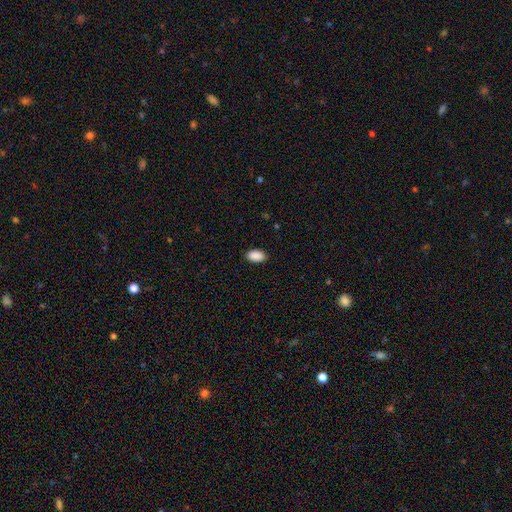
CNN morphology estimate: This appears to be a smooth galaxy with no disk features (90%) that is in between round and cigar-shaped (94%). Merging: none (89%).